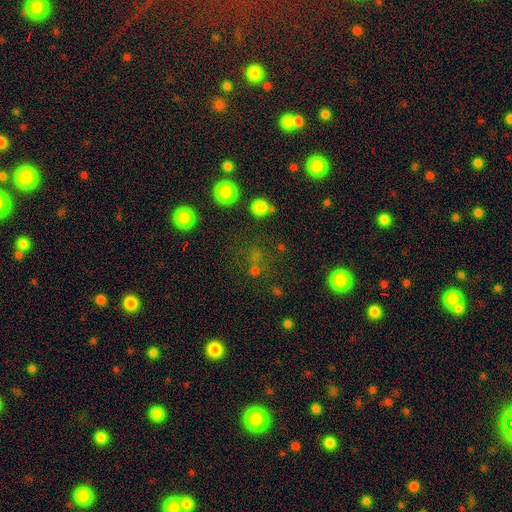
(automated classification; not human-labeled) Smooth or featured: star or artifact — 59% (smooth — 31%)